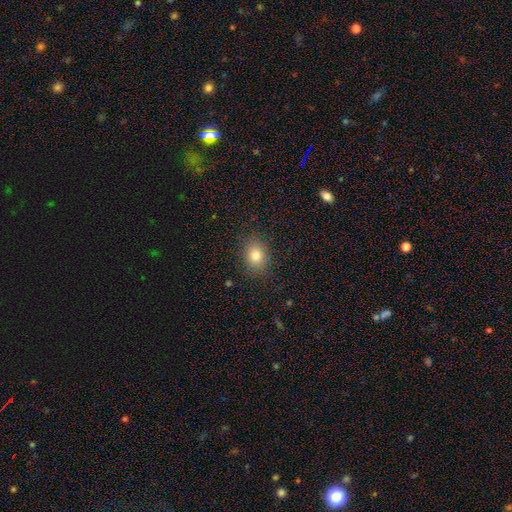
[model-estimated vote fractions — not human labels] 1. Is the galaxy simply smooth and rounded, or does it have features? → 78% smooth, 12% star or artifact, 9% featured or disk.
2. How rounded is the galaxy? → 51% in between, 48% round, 1% cigar-shaped.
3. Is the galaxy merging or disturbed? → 86% none, 10% minor disturbance, 3% major disturbance, 1% merger.